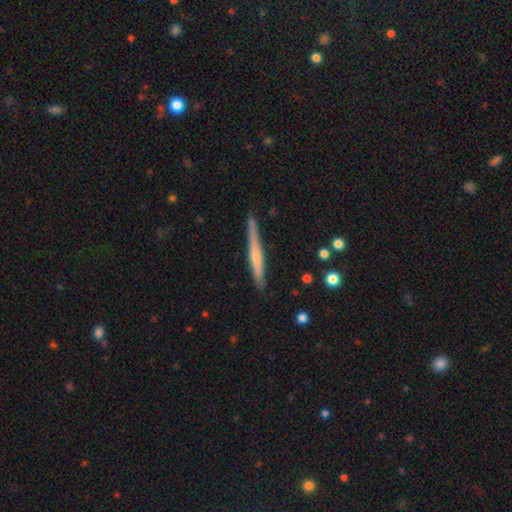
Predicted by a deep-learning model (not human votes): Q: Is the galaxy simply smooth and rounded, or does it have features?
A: featured or disk — 51%.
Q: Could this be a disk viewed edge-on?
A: yes — 96%.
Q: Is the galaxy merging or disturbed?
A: none — 84%.